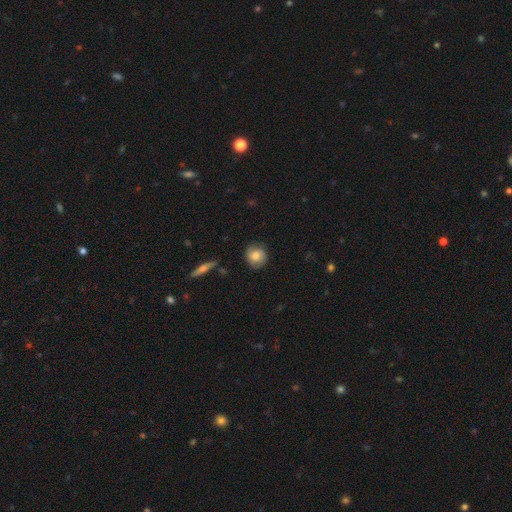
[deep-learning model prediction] smooth 69%, featured or disk 24%, star or artifact 8%. Down the decision tree: how rounded — round (84%); merging — none (78%).